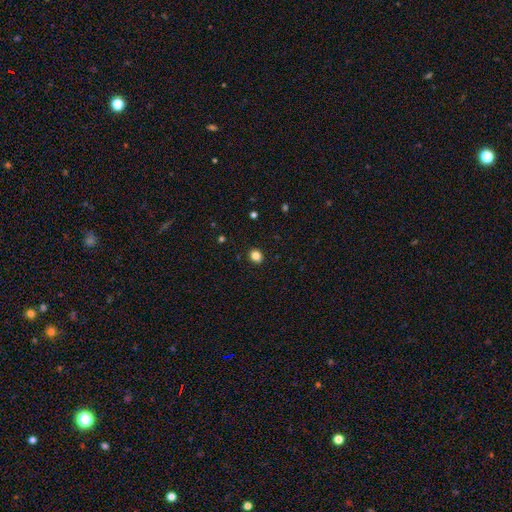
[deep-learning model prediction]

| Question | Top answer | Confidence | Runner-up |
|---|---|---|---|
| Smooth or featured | smooth | 84% | star or artifact (12%) |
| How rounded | round | 74% | in between (25%) |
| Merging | none | 91% | minor disturbance (6%) |